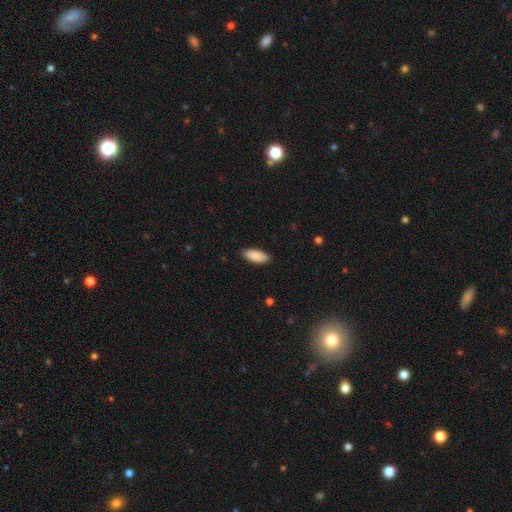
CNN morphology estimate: smooth_or_featured: smooth (p=0.87) [alt: featured or disk p=0.07]
how_rounded: in between (p=0.84) [alt: cigar-shaped p=0.15]
merging: none (p=0.86) [alt: minor disturbance p=0.11]